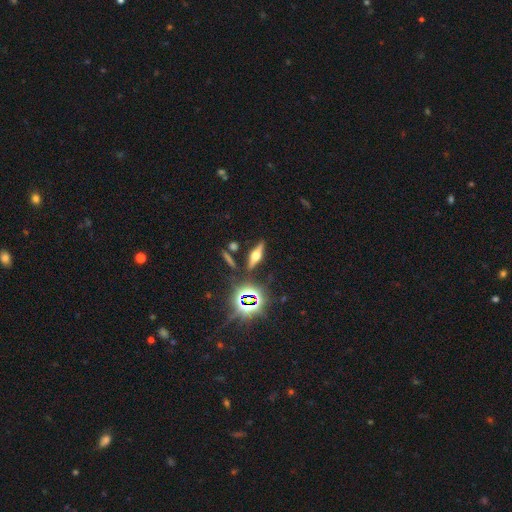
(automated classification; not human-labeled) A featured or disk galaxy (57%) viewed edge-on (91%) with a rounded central bulge (94%).

Vote fractions:
- Smooth or featured? featured or disk: 57% / smooth: 22% / star or artifact: 21%
- Edge-on disk? yes: 91% / no: 9%
- Edge-on bulge? rounded: 94% / boxy: 5% / none: 2%
- Merging? none: 85% / minor disturbance: 9% / merger: 4% / major disturbance: 3%